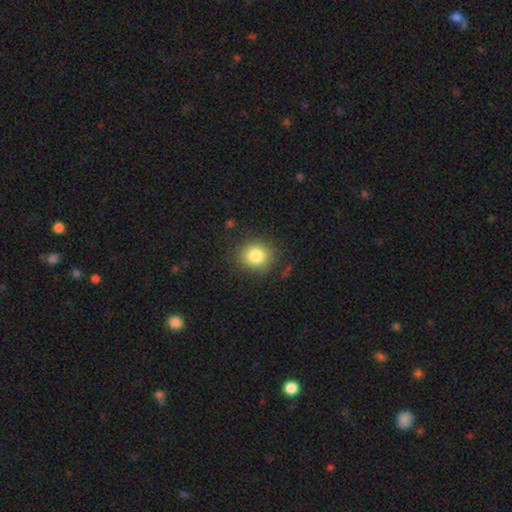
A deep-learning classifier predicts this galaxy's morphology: Smooth or featured?
  - smooth: 82% *
  - star or artifact: 10%
  - featured or disk: 7%
How rounded?
  - round: 84% *
  - in between: 15%
  - cigar-shaped: 1%
Merging?
  - none: 85% *
  - minor disturbance: 10%
  - major disturbance: 3%
  - merger: 1%